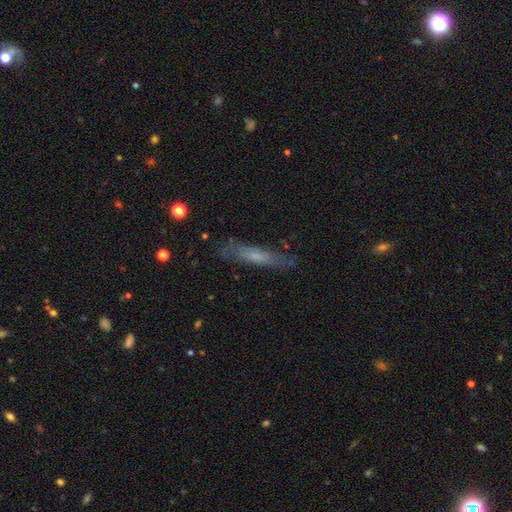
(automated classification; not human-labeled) This is possibly a smooth galaxy (53%). How rounded: clearly cigar-shaped (85%). Merging: likely none (77%).